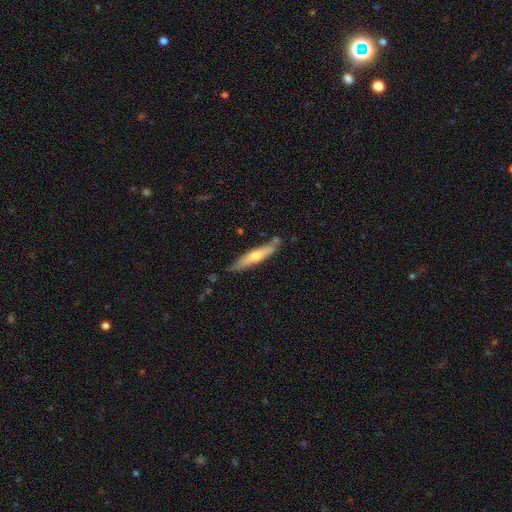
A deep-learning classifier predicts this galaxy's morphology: type=smooth (53%); roundness=cigar-shaped (89%); merging=none (77%).